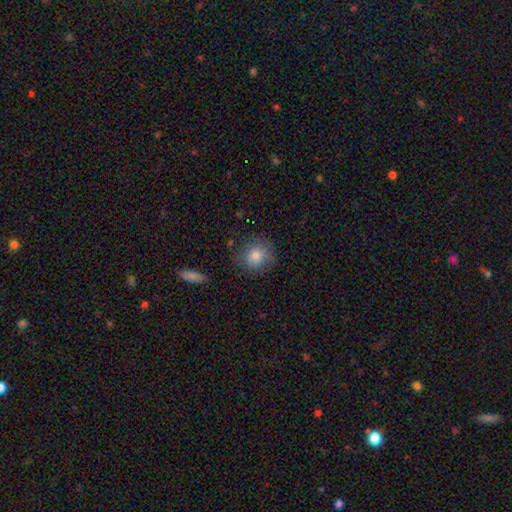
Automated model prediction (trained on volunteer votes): smooth-or-featured: smooth: 81% | featured or disk: 10% | star or artifact: 9%
  how-rounded: round: 87% | in between: 12% | cigar-shaped: 1%
  merging: none: 79% | minor disturbance: 15% | major disturbance: 4% | merger: 2%